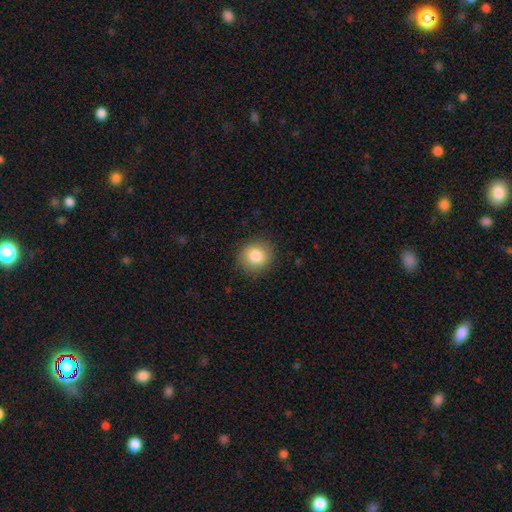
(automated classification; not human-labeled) Overall: smooth (84%). How rounded: round (86%). Merging: none (89%).